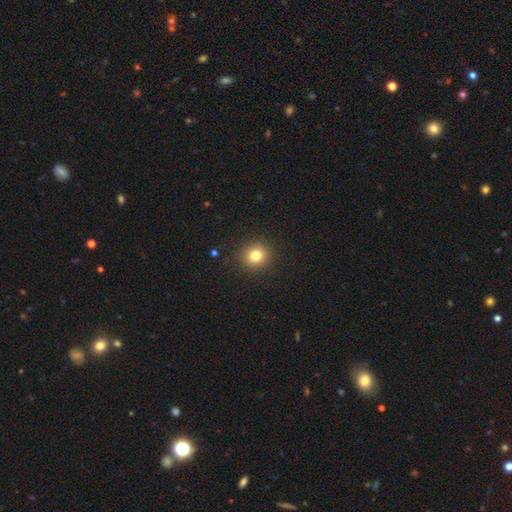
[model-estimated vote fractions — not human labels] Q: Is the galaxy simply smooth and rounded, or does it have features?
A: smooth — 81%.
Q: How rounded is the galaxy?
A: round — 88%.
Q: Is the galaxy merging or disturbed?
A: none — 90%.